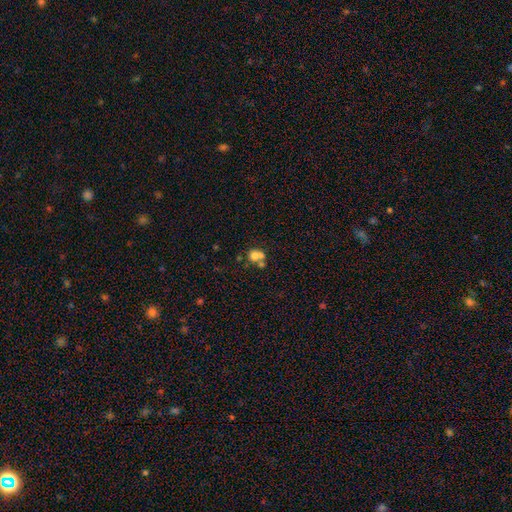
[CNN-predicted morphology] A smooth galaxy with no disk features (68%) that is round (72%). Merging: merger (54%).